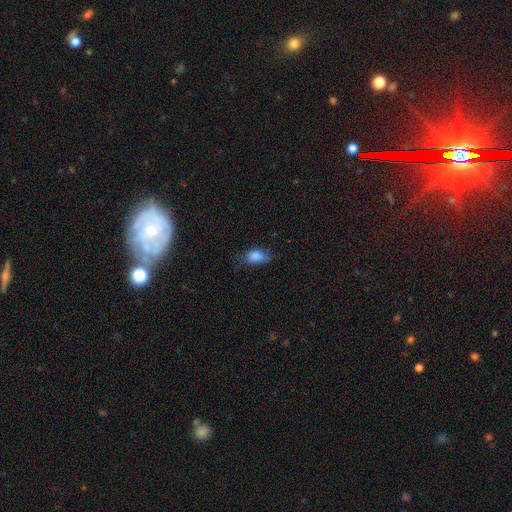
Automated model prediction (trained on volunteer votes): The model was most divided on "merging": none: 42%, minor disturbance: 37%, major disturbance: 19%, merger: 3%. More confident: how rounded — in between (85%); smooth or featured — smooth (79%).